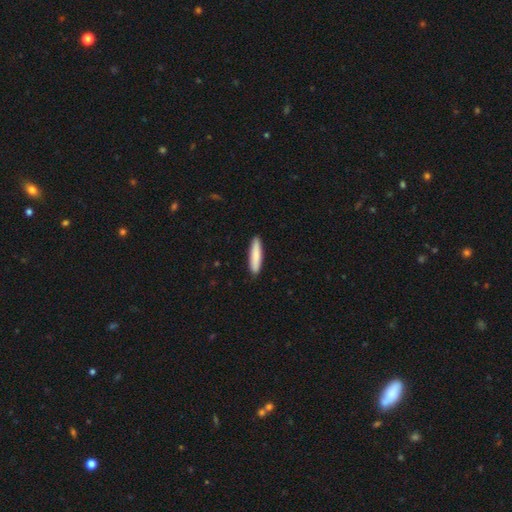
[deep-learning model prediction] smooth-or-featured: smooth: 82% | featured or disk: 13% | star or artifact: 5%
  how-rounded: cigar-shaped: 85% | in between: 14% | round: 1%
  merging: none: 90% | minor disturbance: 7% | major disturbance: 1% | merger: 1%